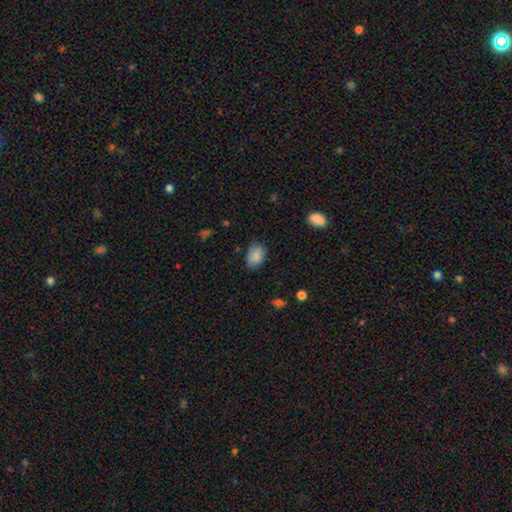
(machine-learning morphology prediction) smooth-or-featured: smooth: 86% | star or artifact: 7% | featured or disk: 6%
  how-rounded: in between: 86% | round: 13% | cigar-shaped: 1%
  merging: none: 77% | minor disturbance: 18% | major disturbance: 3% | merger: 1%